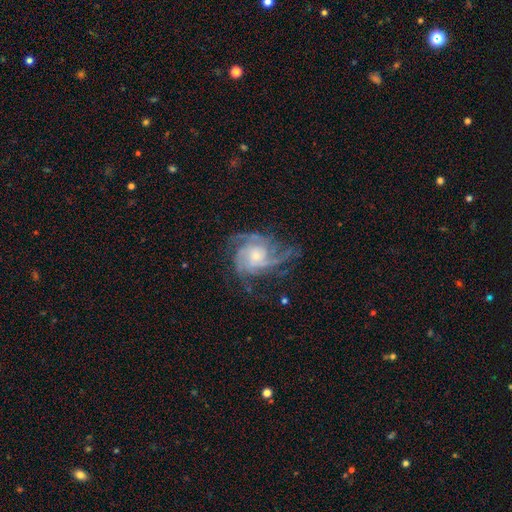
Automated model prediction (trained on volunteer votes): Q: Smooth or featured?
A: featured or disk (88%); runner-up: smooth (6%)
Q: Edge-on disk?
A: no (98%); runner-up: yes (2%)
Q: Bar?
A: no (72%); runner-up: weak (24%)
Q: Spiral arms?
A: yes (97%); runner-up: no (3%)
Q: Spiral winding?
A: tight (49%); runner-up: medium (41%)
Q: Spiral arm count?
A: 3 (37%); runner-up: 4 (21%)
Q: Bulge size?
A: small (47%); runner-up: moderate (41%)
Q: Merging?
A: none (63%); runner-up: minor disturbance (20%)